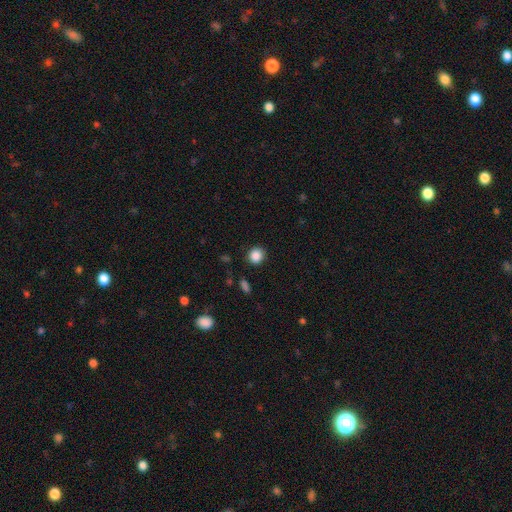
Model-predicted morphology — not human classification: type=smooth (87%); roundness=round (85%); merging=none (88%).